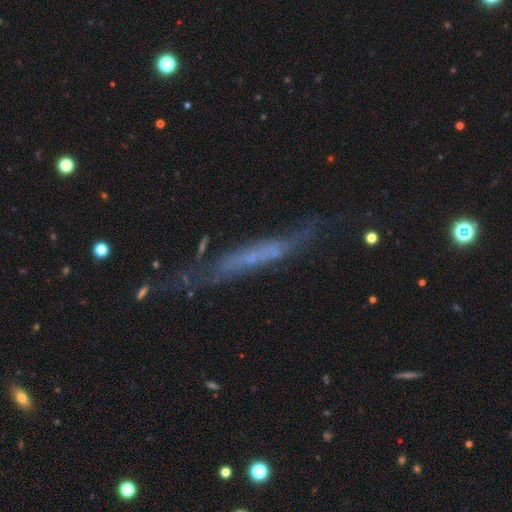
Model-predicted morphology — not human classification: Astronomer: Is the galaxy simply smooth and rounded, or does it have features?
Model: featured or disk — 59%.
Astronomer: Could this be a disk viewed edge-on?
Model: yes — 70%.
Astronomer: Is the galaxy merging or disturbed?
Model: none — 62%.